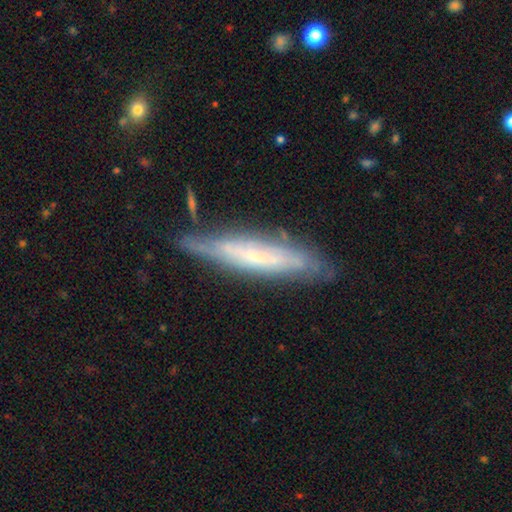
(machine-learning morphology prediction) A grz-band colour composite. It shows a featured or disk galaxy (63%) viewed edge-on (69%). Merging: none (72%).